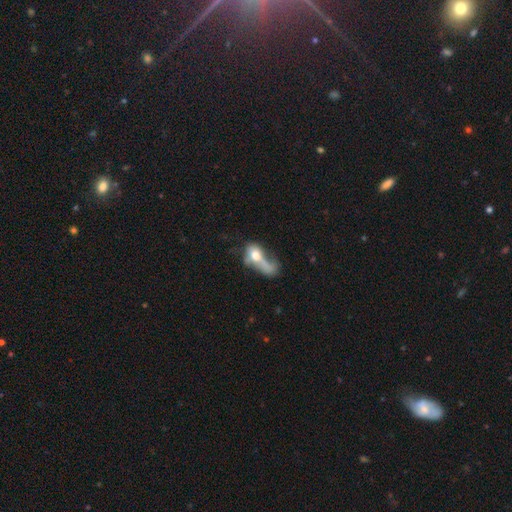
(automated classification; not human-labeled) smooth 56%, featured or disk 34%, star or artifact 10%. Down the decision tree: how rounded — in between (71%); merging — major disturbance (45%).